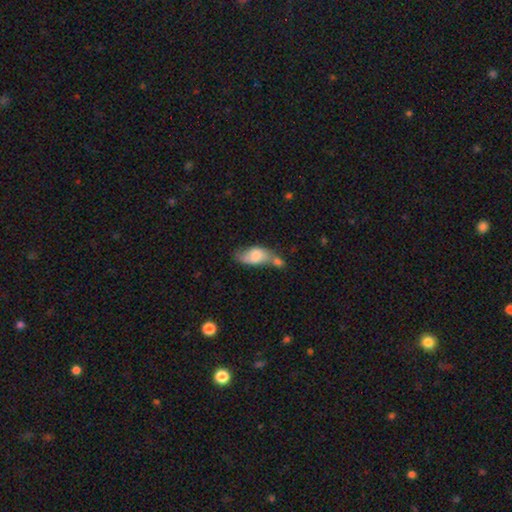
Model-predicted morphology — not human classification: Smooth or featured: smooth — 66% (featured or disk — 27%)
How rounded: in between — 87% (cigar-shaped — 8%)
Merging: merger — 44% (none — 26%)